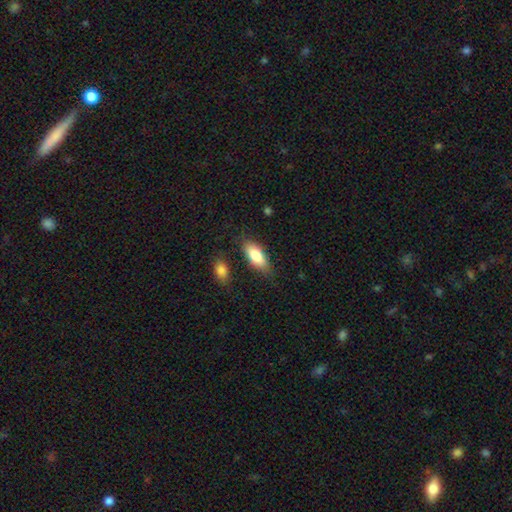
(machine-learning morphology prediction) Smooth or featured? Predicted: smooth (p=0.83). How rounded? Predicted: in between (p=0.81). Merging? Predicted: none (p=0.75).